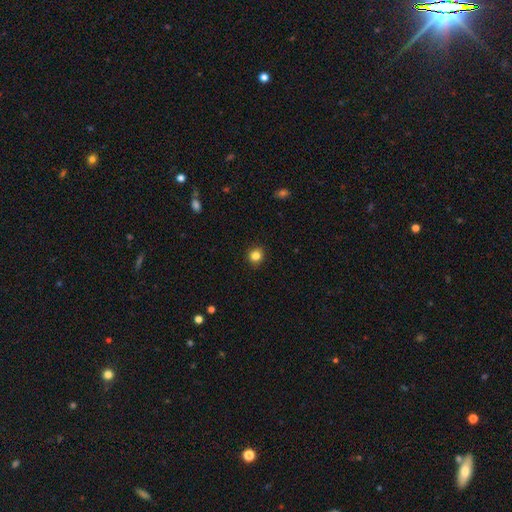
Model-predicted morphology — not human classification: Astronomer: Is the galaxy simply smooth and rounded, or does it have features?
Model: smooth — 84%.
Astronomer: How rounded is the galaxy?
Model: round — 86%.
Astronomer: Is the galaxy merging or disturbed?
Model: none — 90%.